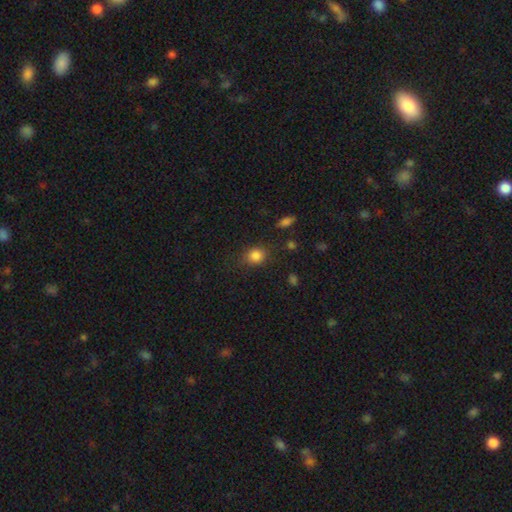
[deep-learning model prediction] Smooth or featured: smooth — 84% (star or artifact — 11%)
How rounded: round — 68% (in between — 31%)
Merging: none — 77% (minor disturbance — 15%)